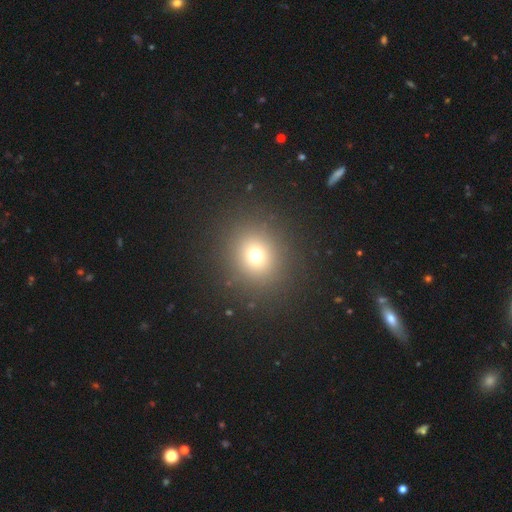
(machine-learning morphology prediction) A smooth galaxy with no disk features (70%) that is round (83%).

Vote fractions:
- Smooth or featured? smooth: 70% / star or artifact: 20% / featured or disk: 10%
- How rounded? round: 83% / in between: 16% / cigar-shaped: 1%
- Merging? none: 88% / minor disturbance: 7% / major disturbance: 4% / merger: 1%